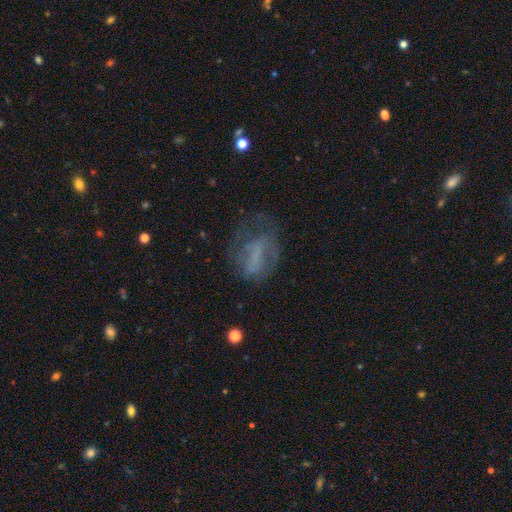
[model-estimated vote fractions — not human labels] Smooth or featured?
  - featured or disk: 46% *
  - smooth: 38%
  - star or artifact: 16%
Merging?
  - none: 43% *
  - major disturbance: 32%
  - minor disturbance: 23%
  - merger: 2%